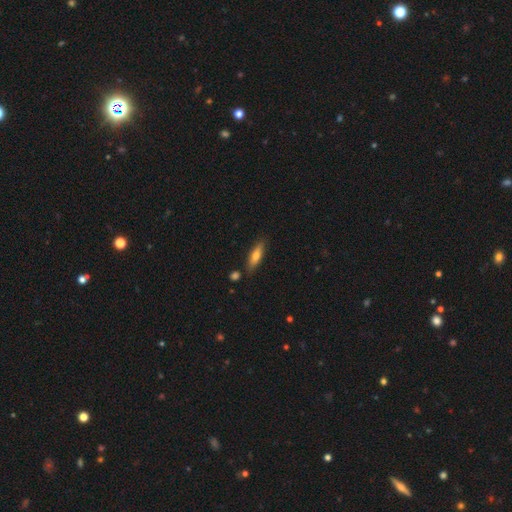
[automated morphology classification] Q: Smooth or featured?
A: smooth (65%); runner-up: featured or disk (29%)
Q: How rounded?
A: cigar-shaped (62%); runner-up: in between (36%)
Q: Merging?
A: none (82%); runner-up: minor disturbance (12%)